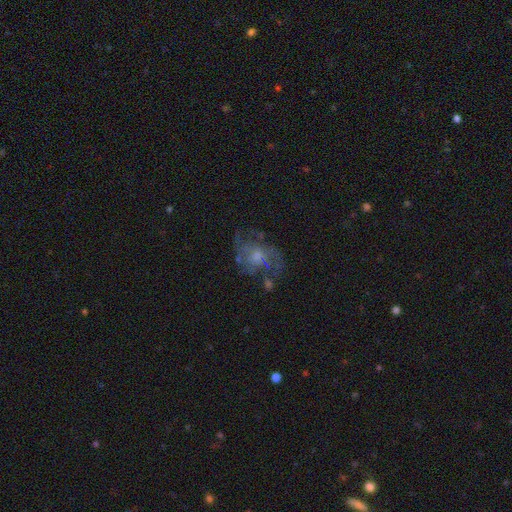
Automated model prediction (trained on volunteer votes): A featured or disk galaxy (67%) with no bar (74%), spiral arms (70%) and a small central bulge (45%). Merging: none (55%).